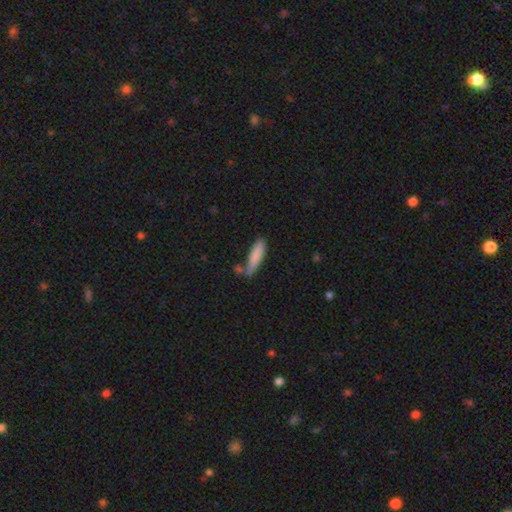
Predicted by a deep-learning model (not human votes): Smooth or featured? smooth (82%)
How rounded? cigar-shaped (68%)
Merging? none (60%)